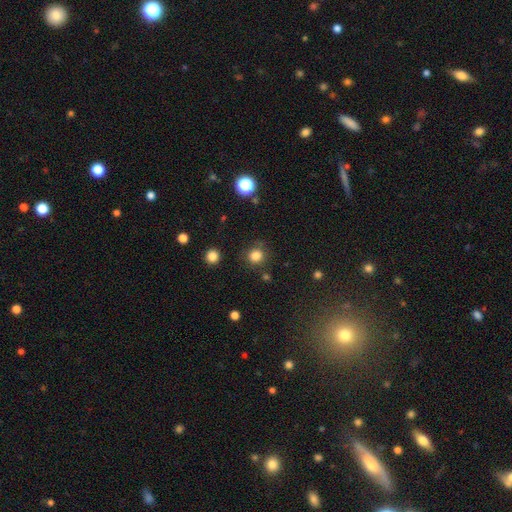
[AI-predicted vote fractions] A smooth galaxy with no disk features (82%) that is round (90%).

Vote fractions:
- Smooth or featured? smooth: 82% / star or artifact: 13% / featured or disk: 5%
- How rounded? round: 90% / in between: 9% / cigar-shaped: 1%
- Merging? none: 82% / minor disturbance: 11% / major disturbance: 4% / merger: 3%